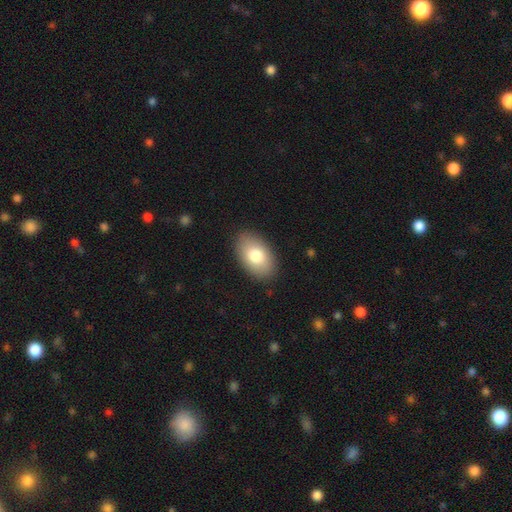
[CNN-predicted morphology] A smooth galaxy with no disk features (79%) that is in between round and cigar-shaped (92%).

Vote fractions:
- Smooth or featured? smooth: 79% / featured or disk: 15% / star or artifact: 7%
- How rounded? in between: 92% / round: 7% / cigar-shaped: 1%
- Merging? none: 87% / minor disturbance: 9% / major disturbance: 2% / merger: 1%